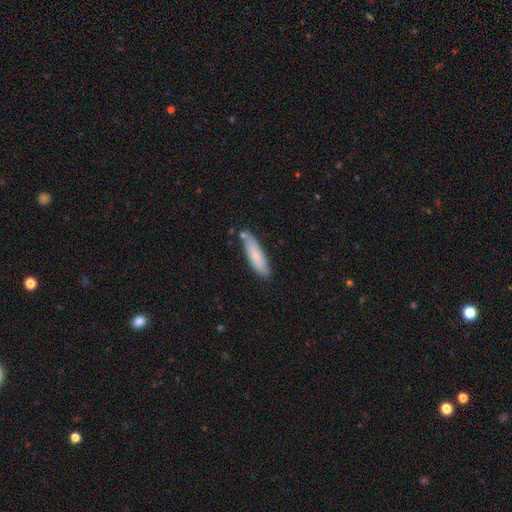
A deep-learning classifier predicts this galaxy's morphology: This is likely a smooth galaxy (79%). How rounded: likely cigar-shaped (70%). Merging: likely none (74%).